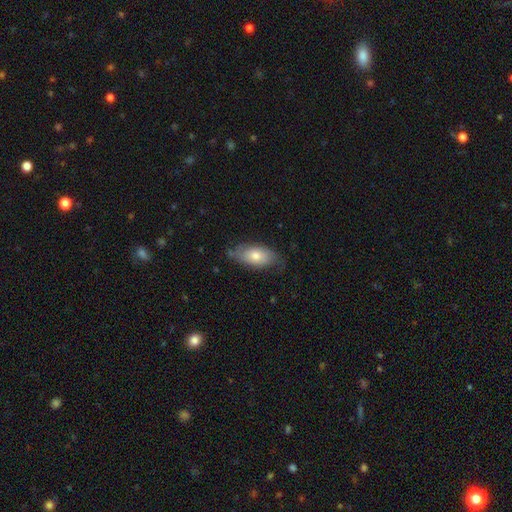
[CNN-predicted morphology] type=smooth (65%); roundness=in between (90%); merging=none (67%).